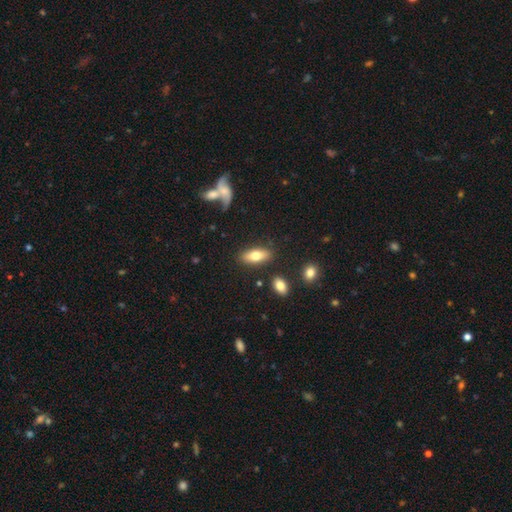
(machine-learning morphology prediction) A smooth galaxy with no disk features (71%) that is in between round and cigar-shaped (79%). Merging: none (83%).